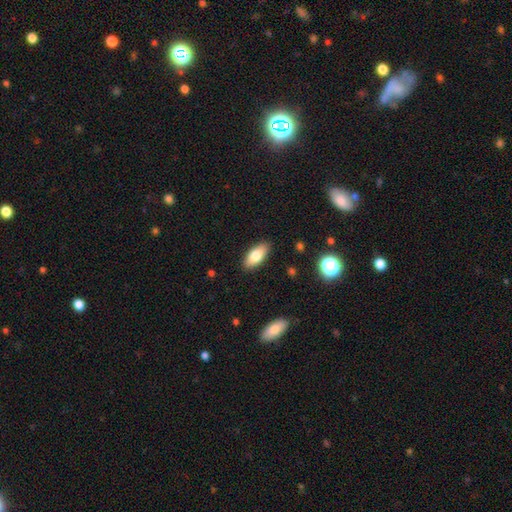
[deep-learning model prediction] smooth_or_featured: smooth (p=0.78) [alt: featured or disk p=0.15]
how_rounded: in between (p=0.86) [alt: cigar-shaped p=0.12]
merging: none (p=0.88) [alt: minor disturbance p=0.09]